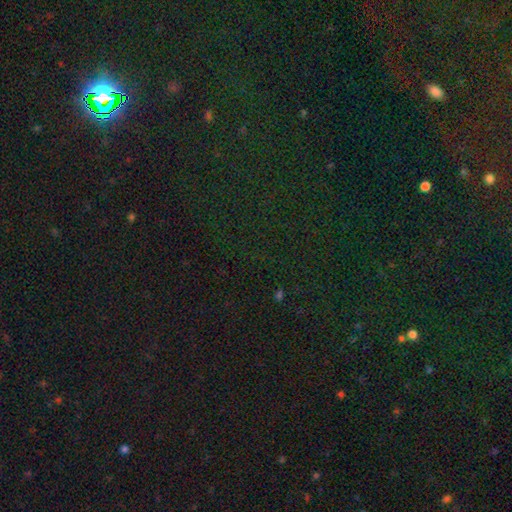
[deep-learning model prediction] This appears to be a star or artifact, not a galaxy (80%).